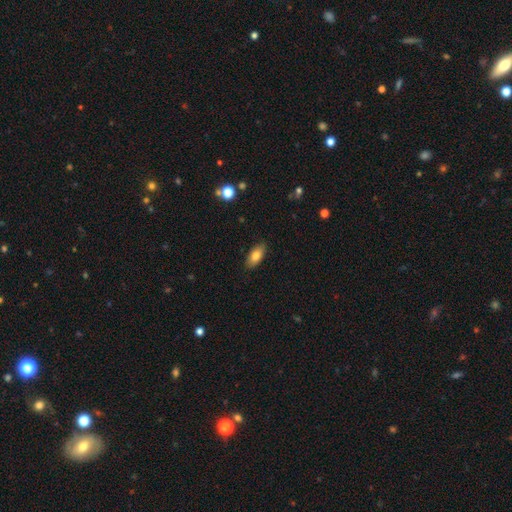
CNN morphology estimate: Smooth or featured?
  - smooth: 80% *
  - featured or disk: 13%
  - star or artifact: 7%
How rounded?
  - in between: 88% *
  - cigar-shaped: 9%
  - round: 3%
Merging?
  - none: 87% *
  - minor disturbance: 10%
  - major disturbance: 2%
  - merger: 1%